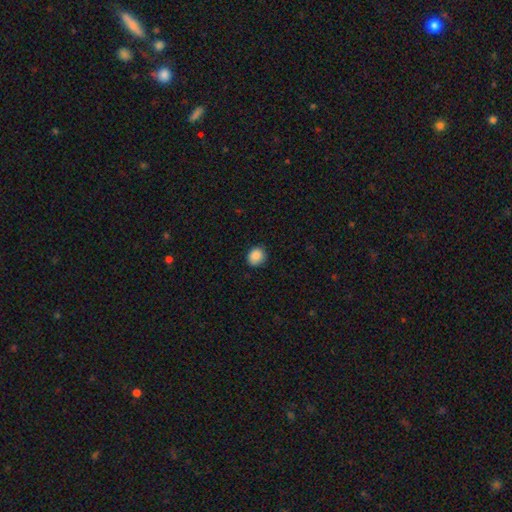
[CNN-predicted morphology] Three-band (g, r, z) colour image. It shows a smooth galaxy with no disk features (88%) that is round (72%). Merging: none (86%).